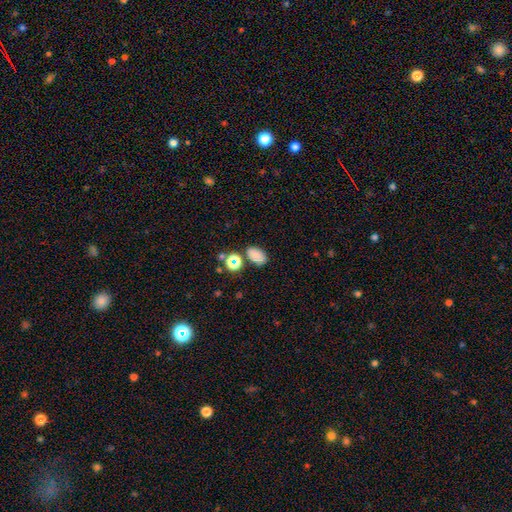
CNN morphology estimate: A smooth galaxy with no disk features (79%) that is in between round and cigar-shaped (88%).

Vote fractions:
- Smooth or featured? smooth: 79% / star or artifact: 16% / featured or disk: 6%
- How rounded? in between: 88% / round: 11% / cigar-shaped: 1%
- Merging? none: 76% / minor disturbance: 12% / merger: 9% / major disturbance: 4%